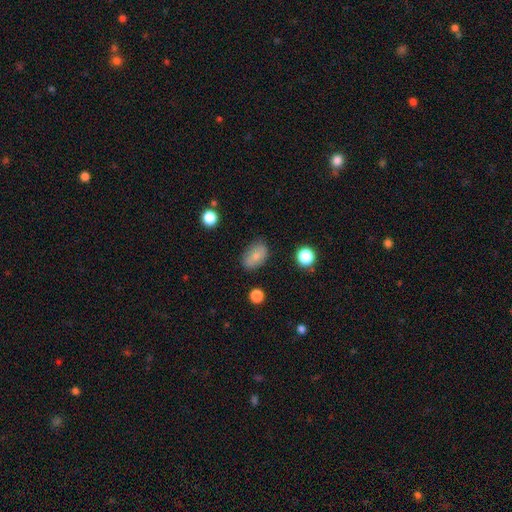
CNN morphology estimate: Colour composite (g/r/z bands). It shows a smooth galaxy with no disk features (76%) that is in between round and cigar-shaped (86%). Merging: none (79%).